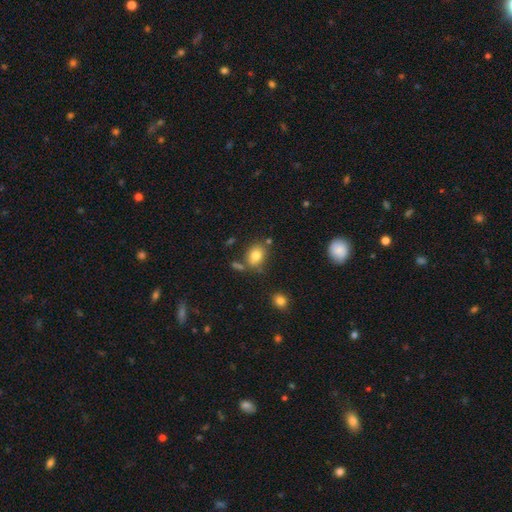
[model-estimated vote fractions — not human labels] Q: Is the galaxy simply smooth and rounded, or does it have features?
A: smooth — 79%.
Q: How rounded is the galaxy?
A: in between — 60%.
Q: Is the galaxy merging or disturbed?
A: none — 70%.